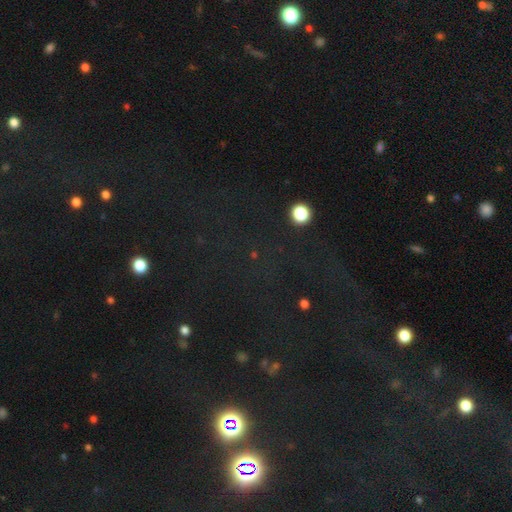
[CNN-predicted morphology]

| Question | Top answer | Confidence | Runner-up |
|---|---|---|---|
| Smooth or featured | star or artifact | 73% | smooth (18%) |